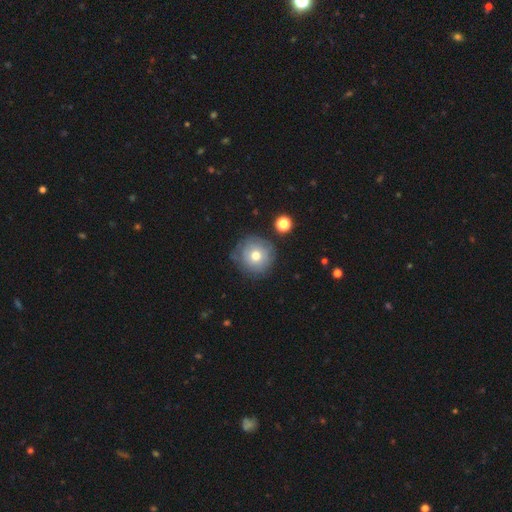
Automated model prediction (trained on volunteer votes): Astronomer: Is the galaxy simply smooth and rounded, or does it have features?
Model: smooth — 66%.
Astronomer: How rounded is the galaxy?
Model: round — 94%.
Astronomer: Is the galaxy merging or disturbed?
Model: none — 76%.